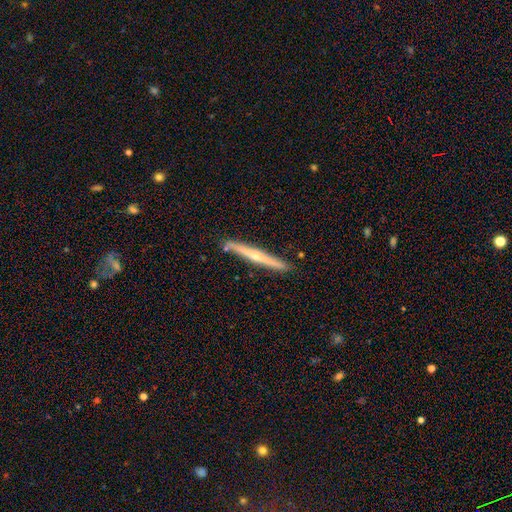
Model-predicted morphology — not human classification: featured or disk 66%, smooth 29%, star or artifact 5%. Down the decision tree: edge-on disk — yes (97%); edge-on bulge — rounded (74%); merging — none (87%).